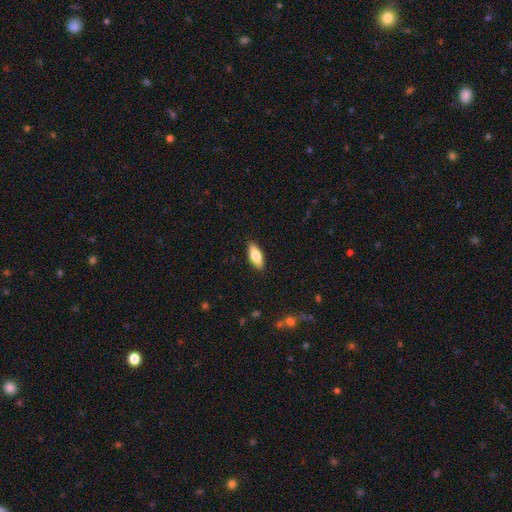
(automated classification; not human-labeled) The model was most divided on "how rounded": in between: 75%, cigar-shaped: 23%, round: 2%. More confident: merging — none (89%); smooth or featured — smooth (74%).